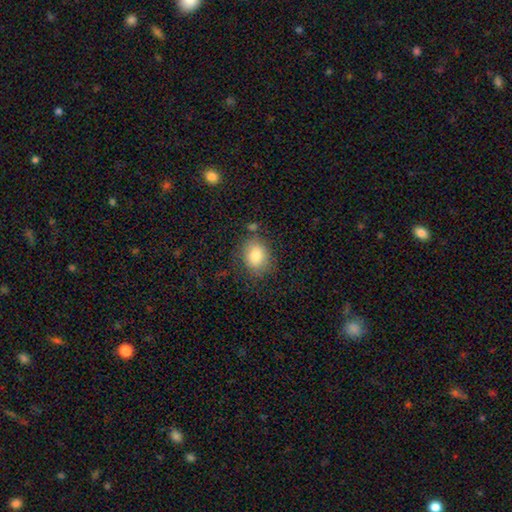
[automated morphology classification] smooth 84%, star or artifact 8%, featured or disk 7%. Down the decision tree: how rounded — round (50%); merging — none (74%).